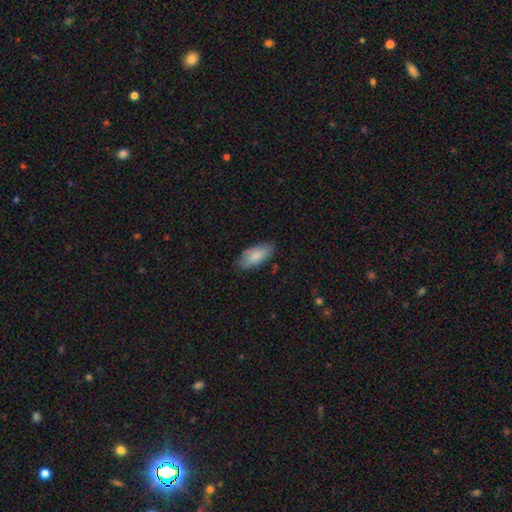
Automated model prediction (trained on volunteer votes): The model was most divided on "merging": none: 78%, minor disturbance: 18%, major disturbance: 3%, merger: 1%. More confident: how rounded — in between (86%); smooth or featured — smooth (83%).